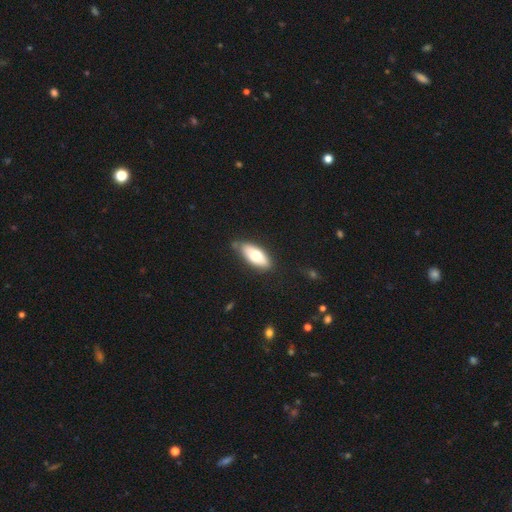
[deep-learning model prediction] This appears to be a smooth galaxy with no disk features (62%) that is in between round and cigar-shaped (83%). Merging: none (79%).